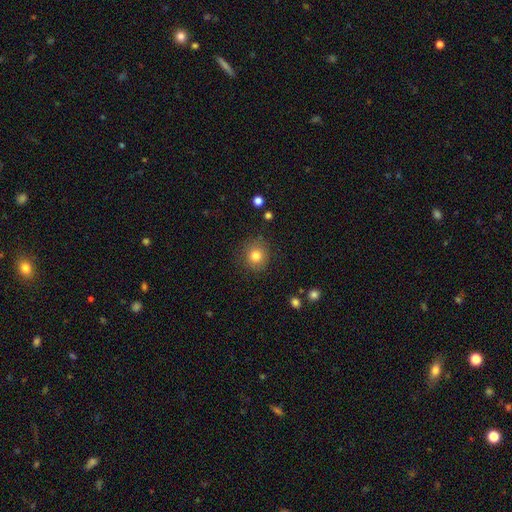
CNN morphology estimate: smooth-or-featured: smooth: 80% | star or artifact: 11% | featured or disk: 8%
  how-rounded: round: 89% | in between: 10% | cigar-shaped: 1%
  merging: none: 86% | minor disturbance: 10% | major disturbance: 3% | merger: 1%